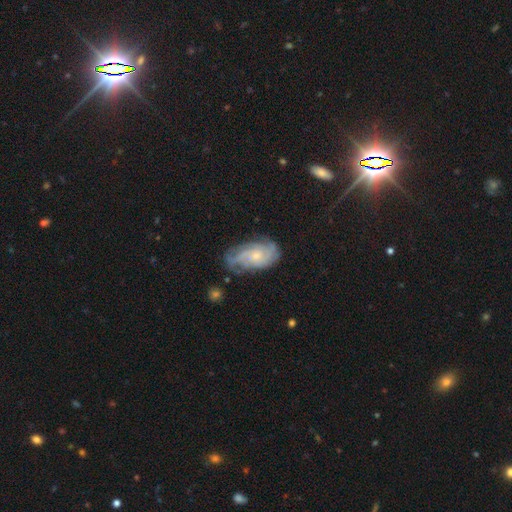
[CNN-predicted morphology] smooth-or-featured: featured or disk: 78% | smooth: 15% | star or artifact: 6%
  disk-edge-on: no: 96% | yes: 4%
    bar: no: 71% | weak: 25% | strong: 4%
    has-spiral-arms: yes: 94% | no: 6%
      spiral-winding: tight: 51% | medium: 37% | loose: 12%
      spiral-arm-count: can't tell: 32% | 2: 24% | 3: 23% | 4: 12% | 1: 5% | more than 4: 5%
    bulge-size: small: 69% | moderate: 25% | none: 4% | large: 1% | dominant: 1%
  merging: none: 61% | minor disturbance: 26% | major disturbance: 11% | merger: 2%